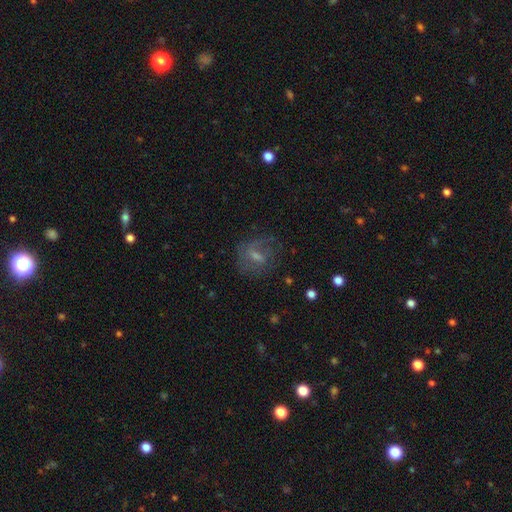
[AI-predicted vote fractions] Overall: featured or disk (55%; smooth 33%). Edge-on disk: no (94%). Bar: weak (53%; no 26%). Spiral arms: yes (69%; no 31%). Bulge size: small (38%, tied with moderate). Merging: none (59%; minor disturbance 20%).